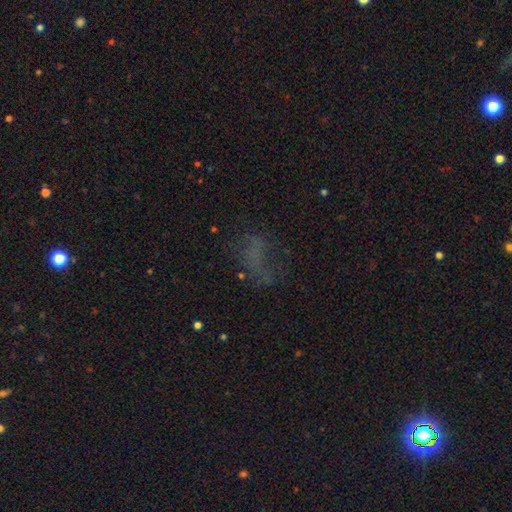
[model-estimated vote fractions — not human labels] This is marginally a smooth galaxy (36%). Merging: possibly none (47%).